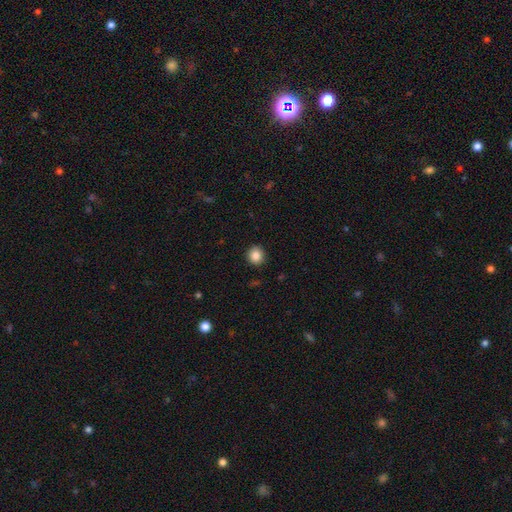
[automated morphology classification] Q: Smooth or featured?
A: smooth (86%); runner-up: star or artifact (10%)
Q: How rounded?
A: round (88%); runner-up: in between (11%)
Q: Merging?
A: none (92%); runner-up: minor disturbance (6%)